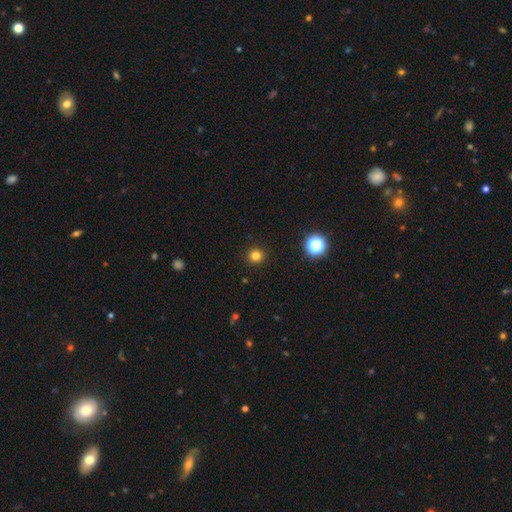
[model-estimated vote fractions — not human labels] Q: Smooth or featured?
A: smooth (80%); runner-up: star or artifact (15%)
Q: How rounded?
A: round (94%); runner-up: in between (5%)
Q: Merging?
A: none (93%); runner-up: minor disturbance (4%)